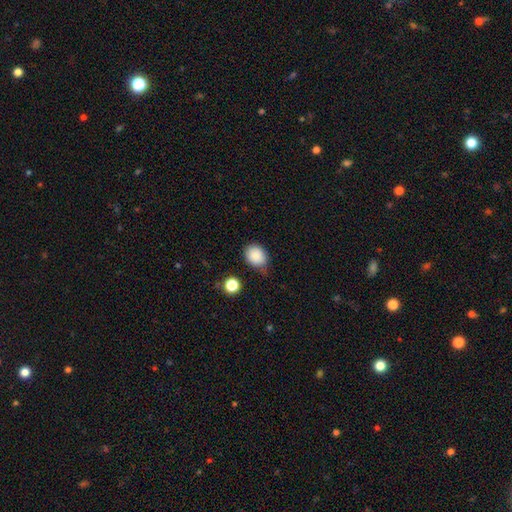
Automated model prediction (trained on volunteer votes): A smooth galaxy with no disk features (87%) that is round (53%).

Vote fractions:
- Smooth or featured? smooth: 87% / star or artifact: 9% / featured or disk: 4%
- How rounded? round: 53% / in between: 46% / cigar-shaped: 1%
- Merging? none: 66% / minor disturbance: 25% / major disturbance: 5% / merger: 3%